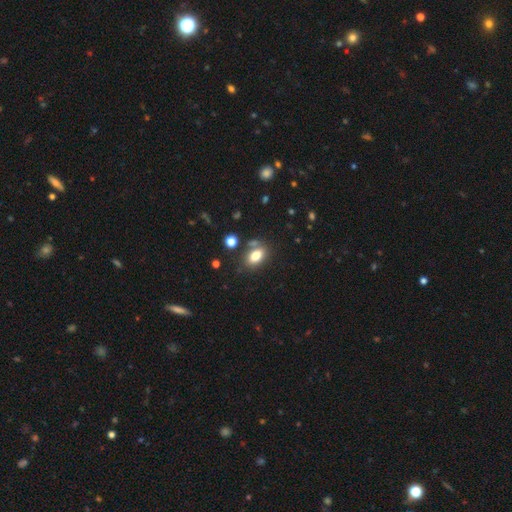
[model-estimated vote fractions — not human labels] smooth-or-featured: smooth: 81% | star or artifact: 10% | featured or disk: 9%
  how-rounded: in between: 87% | round: 10% | cigar-shaped: 3%
  merging: none: 69% | minor disturbance: 14% | merger: 12% | major disturbance: 4%